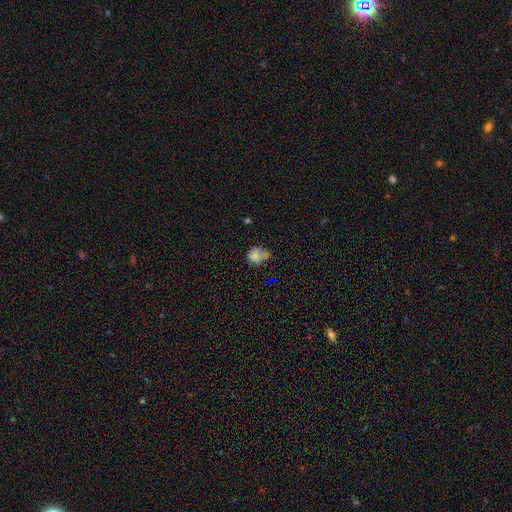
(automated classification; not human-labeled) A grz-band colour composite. It shows a smooth galaxy with no disk features (72%) that is round (56%). Merging: none (42%).